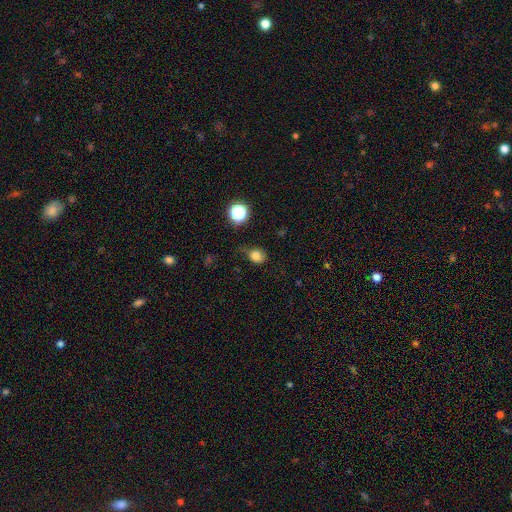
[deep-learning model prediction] Morphology: type=smooth (80%); roundness=round (60%); merging=none (50%).